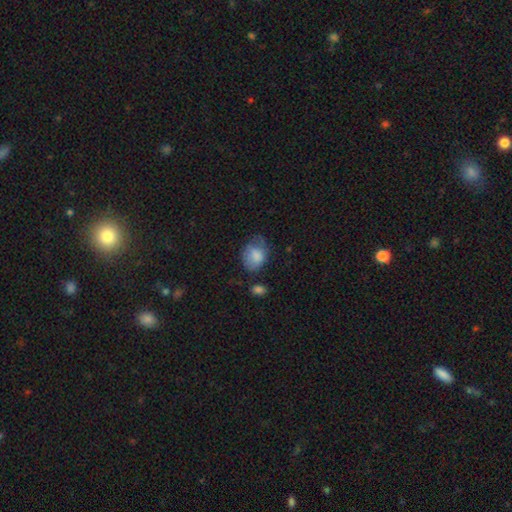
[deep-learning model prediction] Smooth or featured? smooth (78%)
How rounded? in between (65%)
Merging? none (43%)